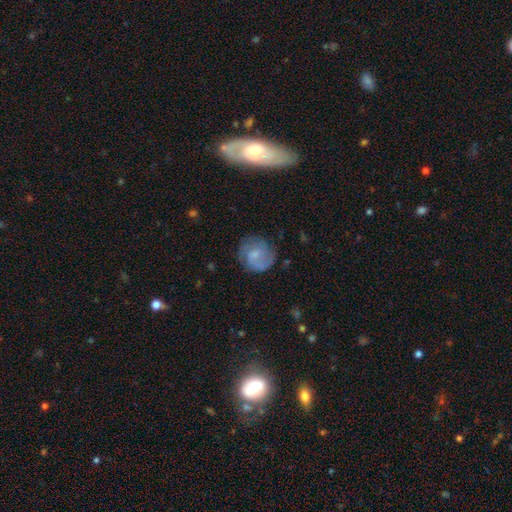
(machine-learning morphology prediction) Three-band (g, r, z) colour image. It shows a smooth galaxy with no disk features (49%). Merging: none (72%).